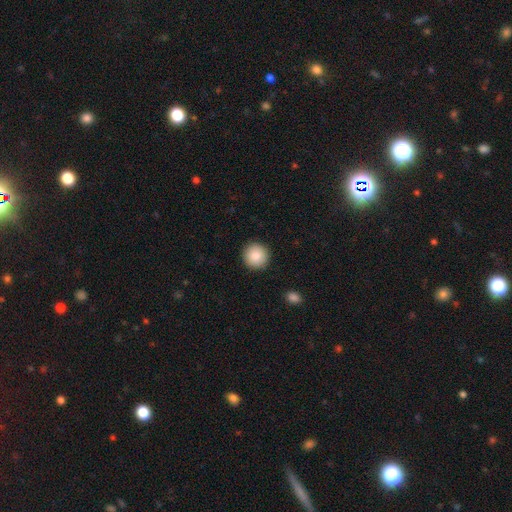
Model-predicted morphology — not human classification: smooth 85%, star or artifact 8%, featured or disk 7%. Down the decision tree: how rounded — round (95%); merging — none (92%).